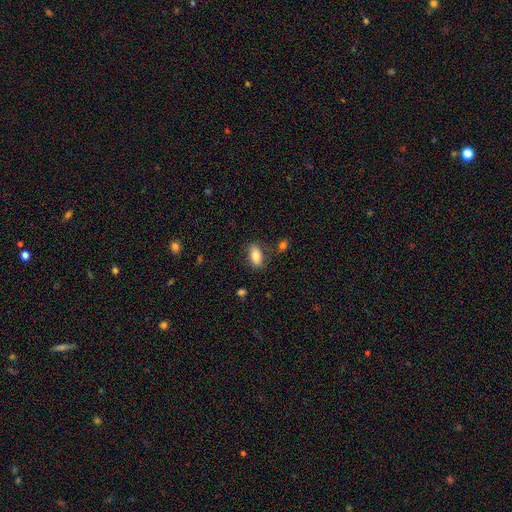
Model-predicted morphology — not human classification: A smooth galaxy with no disk features (80%) that is in between round and cigar-shaped (88%). Merging: none (79%).